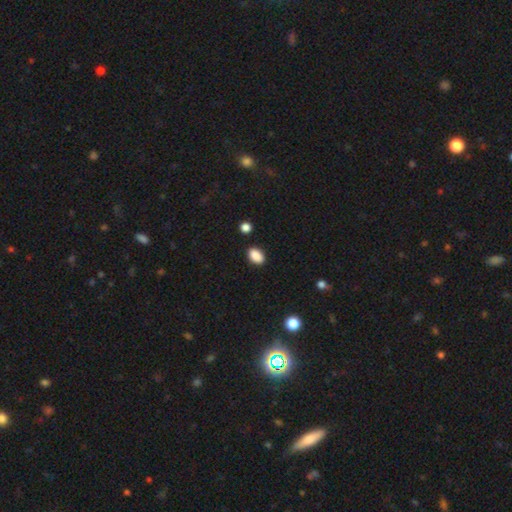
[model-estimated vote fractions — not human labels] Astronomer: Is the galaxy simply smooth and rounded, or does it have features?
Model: smooth — 88%.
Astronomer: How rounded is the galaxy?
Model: in between — 86%.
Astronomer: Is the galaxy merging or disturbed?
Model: none — 86%.